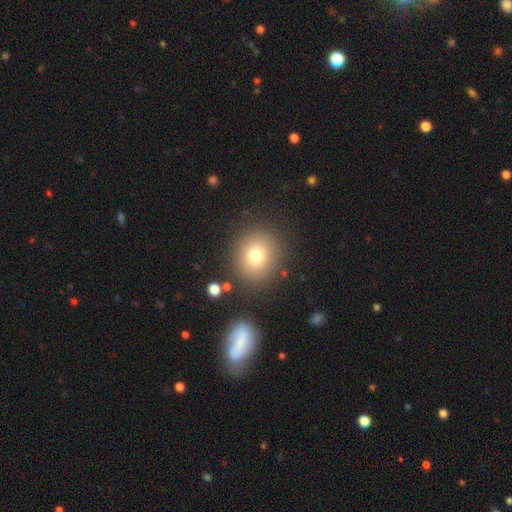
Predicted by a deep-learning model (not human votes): Smooth or featured? Predicted: smooth (p=0.76). How rounded? Predicted: round (p=0.77). Merging? Predicted: none (p=0.84).